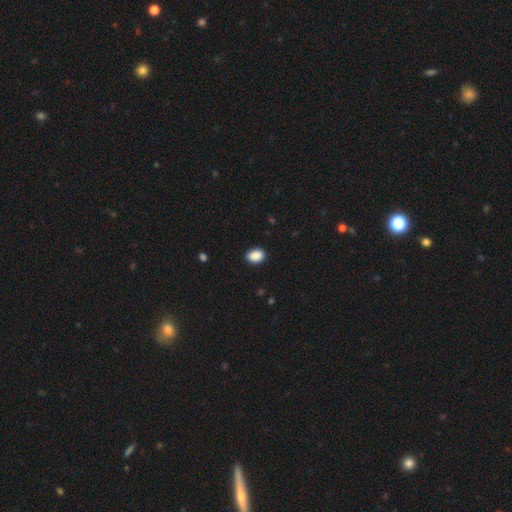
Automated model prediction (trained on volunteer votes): This appears to be a smooth galaxy with no disk features (90%) that is in between round and cigar-shaped (81%). Merging: none (89%).